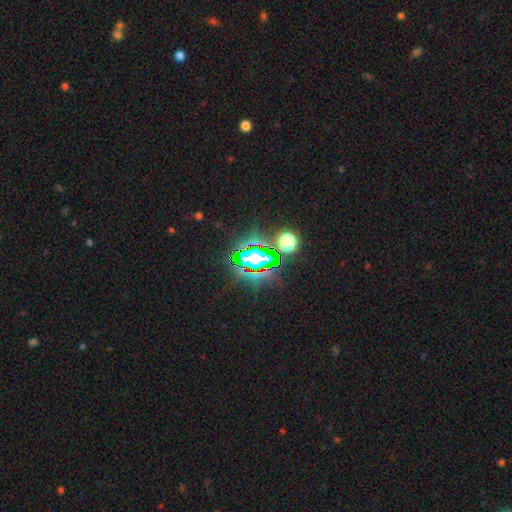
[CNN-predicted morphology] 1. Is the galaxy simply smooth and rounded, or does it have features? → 78% star or artifact, 13% smooth, 9% featured or disk.